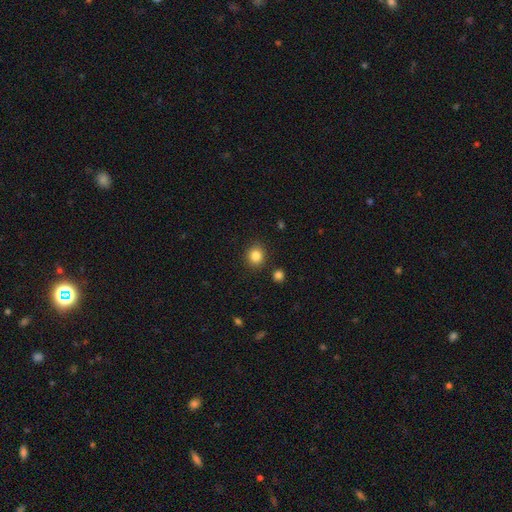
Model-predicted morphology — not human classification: Q: Smooth or featured?
A: smooth (85%); runner-up: star or artifact (10%)
Q: How rounded?
A: round (83%); runner-up: in between (16%)
Q: Merging?
A: none (87%); runner-up: minor disturbance (8%)